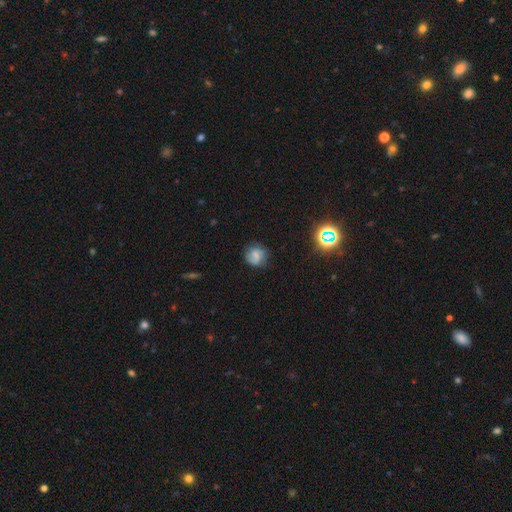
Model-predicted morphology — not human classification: smooth 50%, featured or disk 39%, star or artifact 12%. Down the decision tree: merging — none (71%).